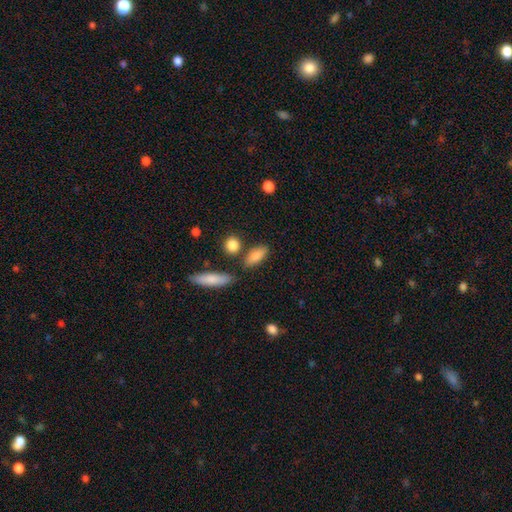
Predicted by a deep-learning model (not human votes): Overall: smooth (84%). How rounded: in between (71%). Merging: none (72%).